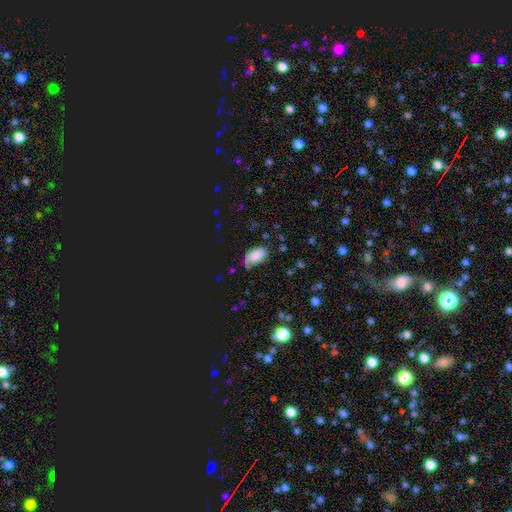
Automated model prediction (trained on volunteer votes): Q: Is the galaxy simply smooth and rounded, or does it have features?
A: smooth — 74%.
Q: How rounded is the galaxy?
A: in between — 93%.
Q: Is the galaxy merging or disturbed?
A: none — 50%.